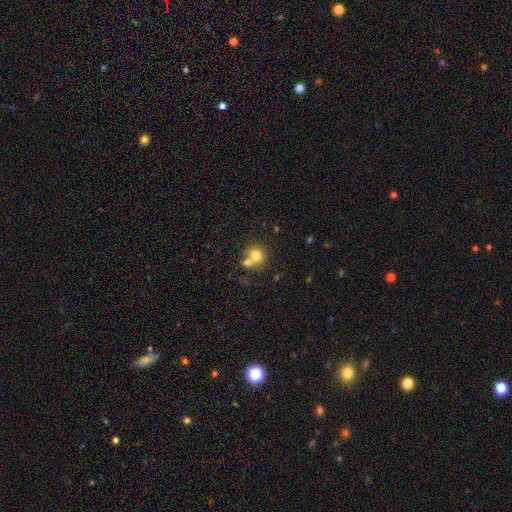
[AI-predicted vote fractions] This is likely a smooth galaxy (76%). How rounded: likely round (79%). Merging: possibly none (49%).